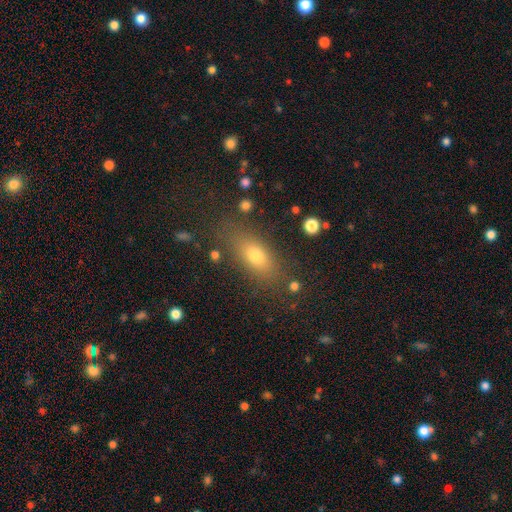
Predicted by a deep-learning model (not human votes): The model was most divided on "how rounded": in between: 73%, cigar-shaped: 19%, round: 9%. More confident: merging — none (77%); smooth or featured — smooth (72%).